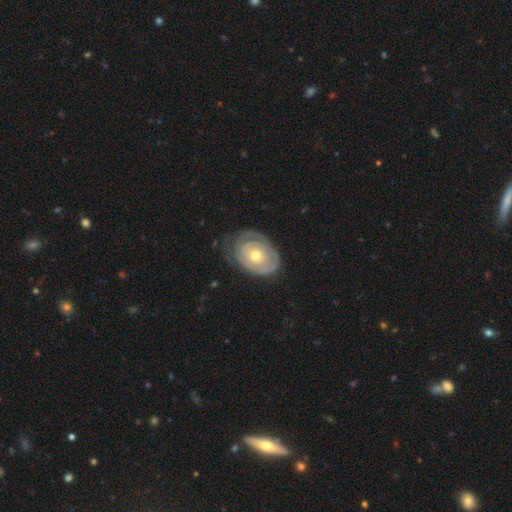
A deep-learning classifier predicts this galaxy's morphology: Smooth or featured?
  - featured or disk: 71% *
  - smooth: 25%
  - star or artifact: 5%
Edge-on disk?
  - no: 95% *
  - yes: 5%
Bar?
  - no: 87% *
  - weak: 11%
  - strong: 2%
Spiral arms?
  - yes: 66% *
  - no: 34%
Bulge size?
  - moderate: 57% *
  - small: 38%
  - large: 3%
  - none: 1%
  - dominant: 1%
Merging?
  - none: 62% *
  - minor disturbance: 25%
  - major disturbance: 12%
  - merger: 1%